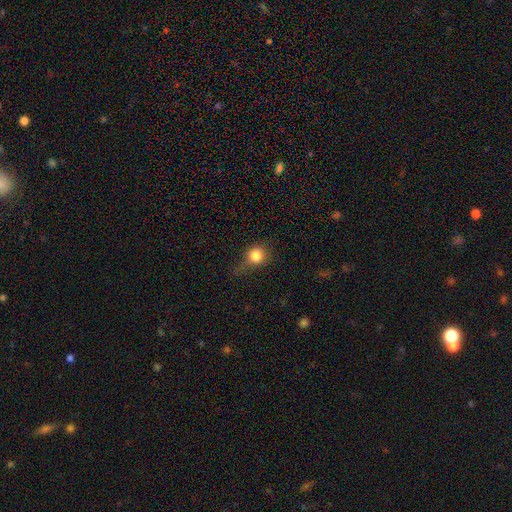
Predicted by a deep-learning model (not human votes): Overall: smooth (78%). How rounded: round (82%). Merging: none (46%; minor disturbance 32%).